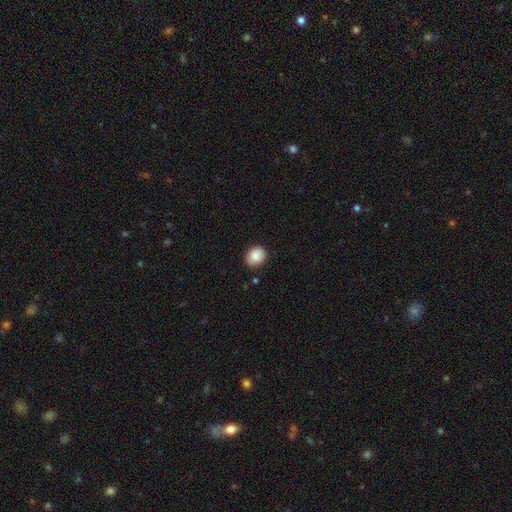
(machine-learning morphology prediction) Smooth or featured?
  - smooth: 85% *
  - star or artifact: 8%
  - featured or disk: 6%
How rounded?
  - round: 67% *
  - in between: 32%
  - cigar-shaped: 1%
Merging?
  - none: 85% *
  - minor disturbance: 11%
  - major disturbance: 2%
  - merger: 2%